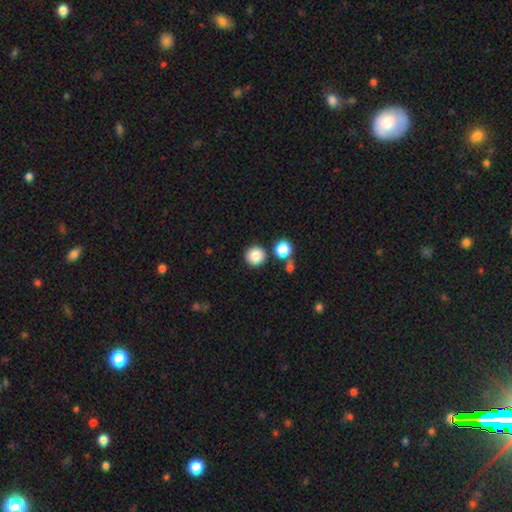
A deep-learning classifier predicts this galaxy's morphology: smooth_or_featured: smooth (p=0.85) [alt: star or artifact p=0.10]
how_rounded: round (p=0.94) [alt: in between p=0.05]
merging: none (p=0.84) [alt: minor disturbance p=0.07]